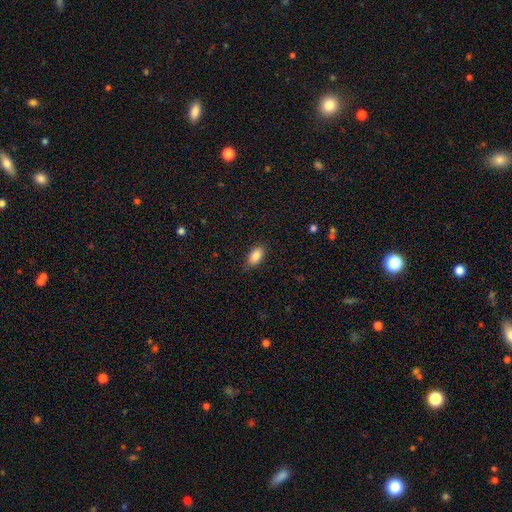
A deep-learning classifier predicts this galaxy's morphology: type=smooth (88%); roundness=in between (91%); merging=none (81%).